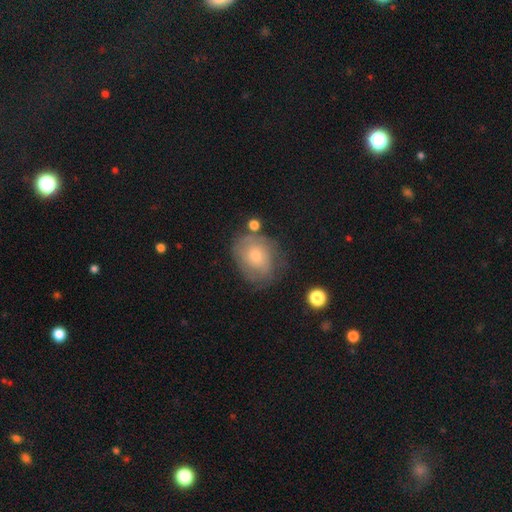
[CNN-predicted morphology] smooth-or-featured: smooth: 50% | featured or disk: 41% | star or artifact: 10%
  merging: none: 63% | minor disturbance: 23% | major disturbance: 9% | merger: 5%